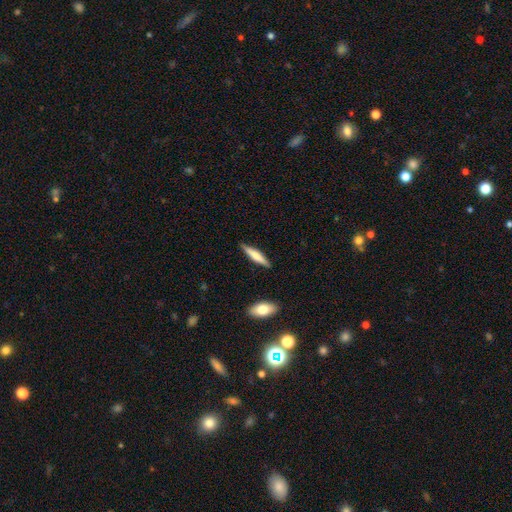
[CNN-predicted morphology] Smooth or featured? smooth (61%)
How rounded? cigar-shaped (83%)
Merging? none (87%)